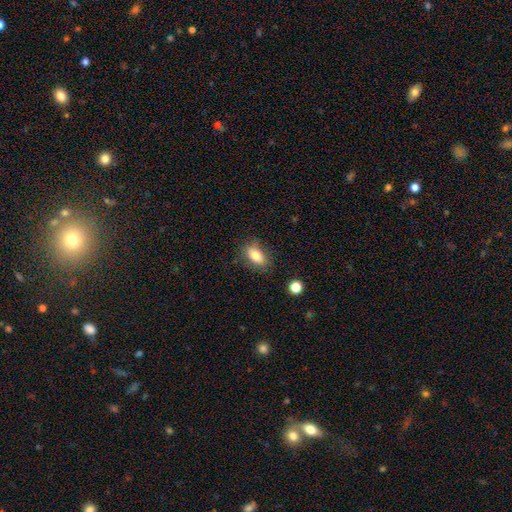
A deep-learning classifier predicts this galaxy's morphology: This is likely a smooth galaxy (78%). How rounded: clearly in between (85%). Merging: likely none (77%).